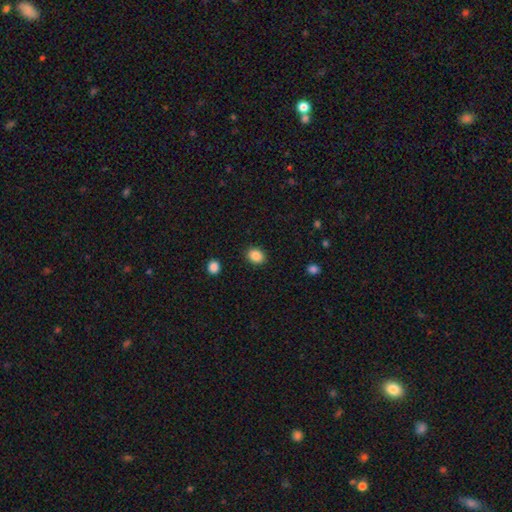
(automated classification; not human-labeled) smooth-or-featured: smooth: 87% | star or artifact: 9% | featured or disk: 4%
  how-rounded: round: 50% | in between: 49% | cigar-shaped: 1%
  merging: none: 89% | minor disturbance: 7% | major disturbance: 2% | merger: 1%